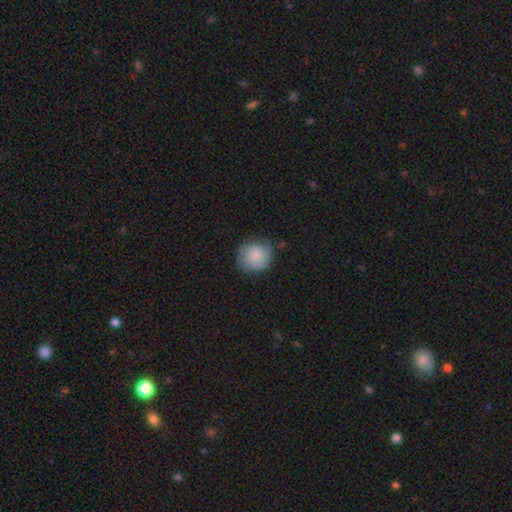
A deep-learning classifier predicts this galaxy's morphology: Smooth or featured? smooth (72%)
How rounded? round (89%)
Merging? none (71%)